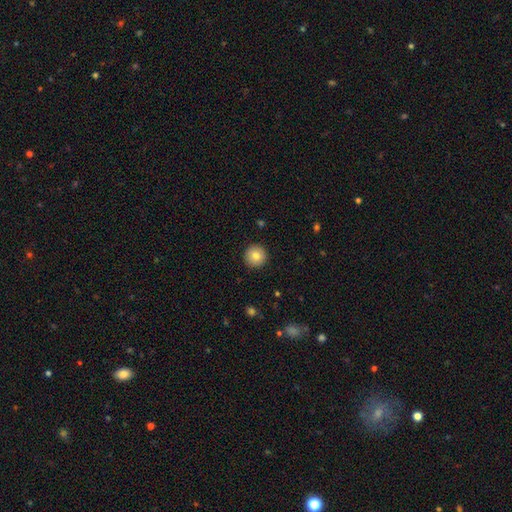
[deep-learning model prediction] smooth_or_featured: smooth (p=0.82) [alt: featured or disk p=0.09]
how_rounded: round (p=0.96) [alt: in between p=0.03]
merging: none (p=0.93) [alt: minor disturbance p=0.05]